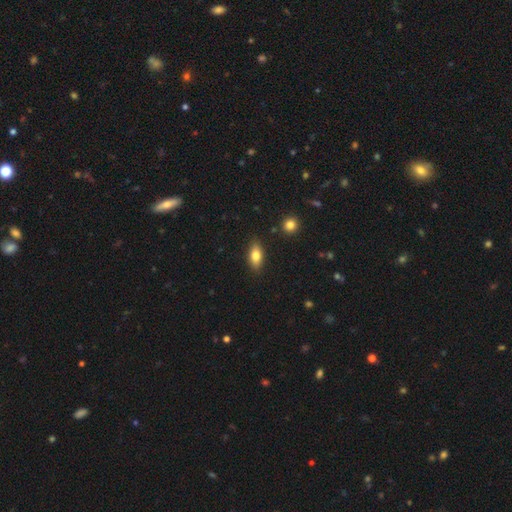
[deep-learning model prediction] Morphology: type=smooth (77%); roundness=in between (83%); merging=none (86%).